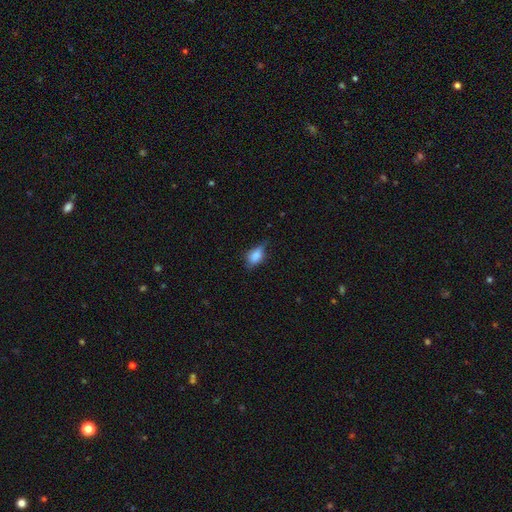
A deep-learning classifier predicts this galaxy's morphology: smooth 80%, featured or disk 12%, star or artifact 9%. Down the decision tree: how rounded — in between (86%); merging — none (54%).